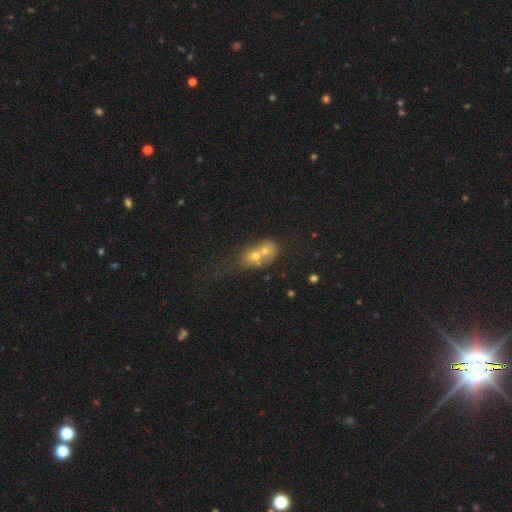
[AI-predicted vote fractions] This is possibly a smooth galaxy (52%). How rounded: possibly in between (49%). Merging: likely merger (70%).